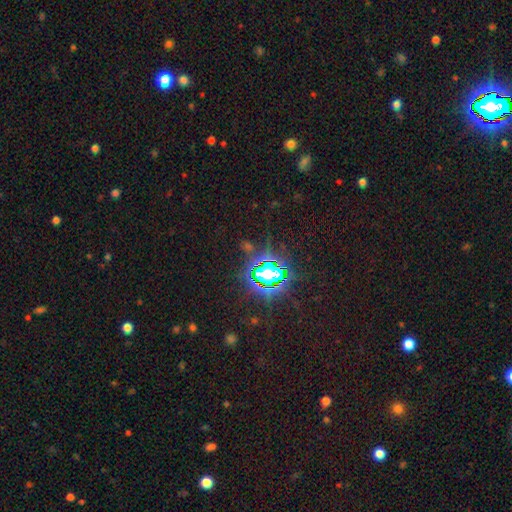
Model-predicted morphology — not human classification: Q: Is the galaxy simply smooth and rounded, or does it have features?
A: star or artifact — 82%.